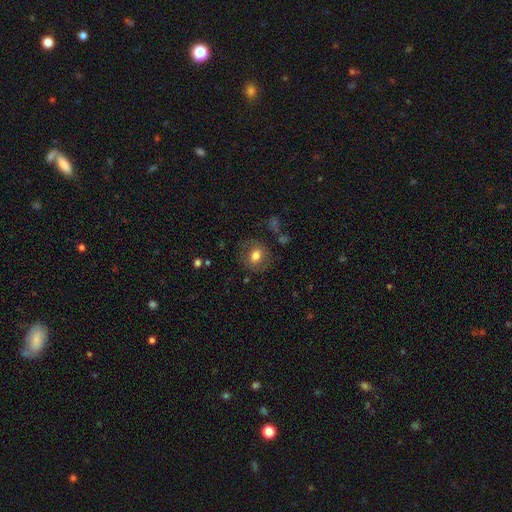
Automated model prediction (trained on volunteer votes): smooth_or_featured: smooth (p=0.71) [alt: featured or disk p=0.20]
how_rounded: round (p=0.75) [alt: in between p=0.24]
merging: none (p=0.80) [alt: minor disturbance p=0.13]